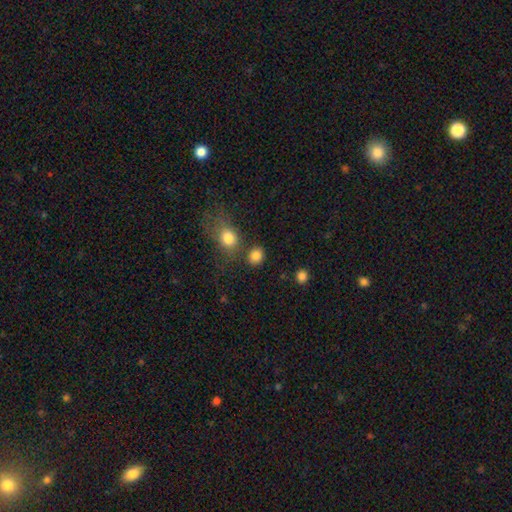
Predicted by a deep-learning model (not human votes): Smooth or featured? smooth (84%)
How rounded? round (72%)
Merging? none (75%)